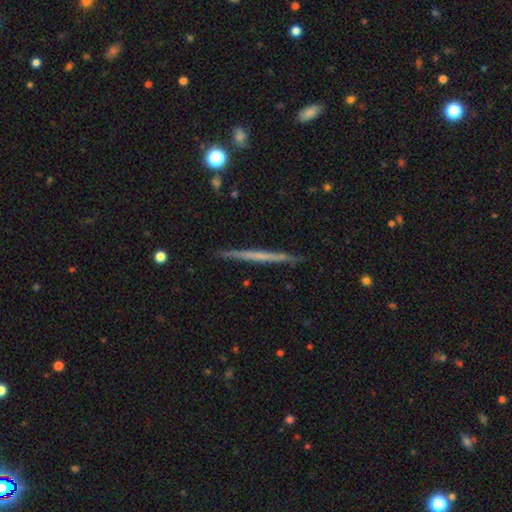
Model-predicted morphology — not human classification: A featured or disk galaxy (56%) viewed edge-on (98%) with no central bulge (89%). Merging: none (92%).